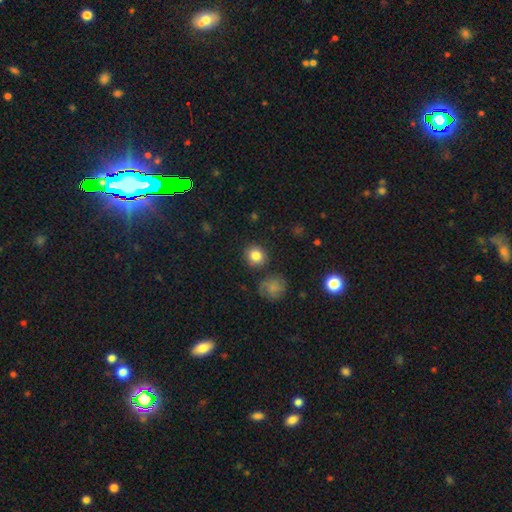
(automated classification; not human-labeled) Smooth or featured?
  - smooth: 82% *
  - star or artifact: 10%
  - featured or disk: 8%
How rounded?
  - round: 85% *
  - in between: 14%
  - cigar-shaped: 1%
Merging?
  - none: 83% *
  - minor disturbance: 10%
  - merger: 4%
  - major disturbance: 3%